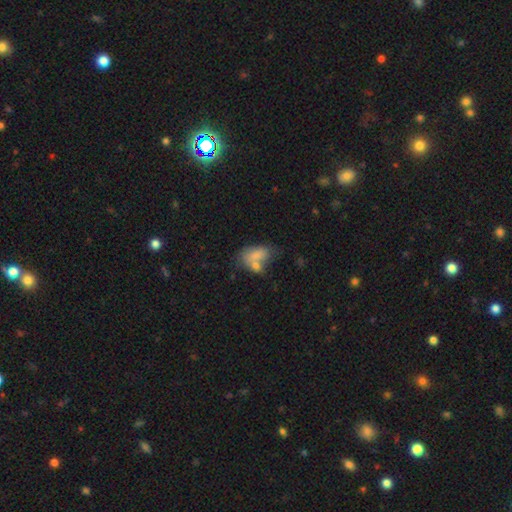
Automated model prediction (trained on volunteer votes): This is likely a smooth galaxy (73%). How rounded: clearly in between (87%). Merging: possibly merger (45%).